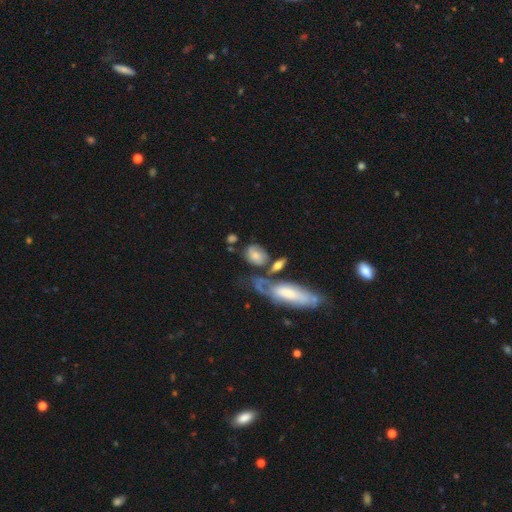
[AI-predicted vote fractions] A smooth galaxy with no disk features (60%) that is in between round and cigar-shaped (69%).

Vote fractions:
- Smooth or featured? smooth: 60% / featured or disk: 32% / star or artifact: 8%
- How rounded? in between: 69% / round: 25% / cigar-shaped: 6%
- Merging? none: 41% / minor disturbance: 22% / merger: 21% / major disturbance: 16%